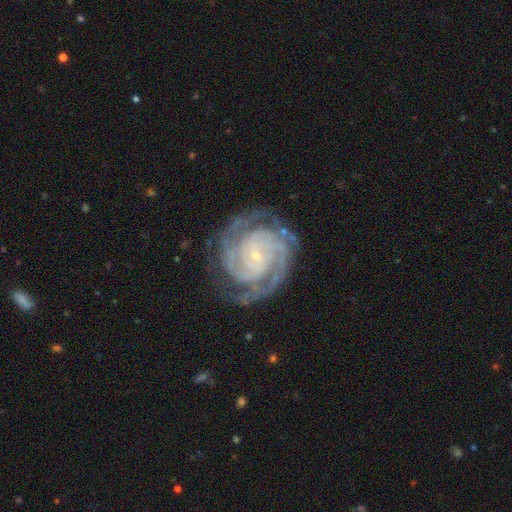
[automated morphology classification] Smooth or featured? featured or disk (92%)
Edge-on disk? no (98%)
Bar? no (57%)
Spiral arms? yes (99%)
Spiral winding? tight (77%)
Spiral arm count? 2 (35%)
Bulge size? small (86%)
Merging? none (78%)